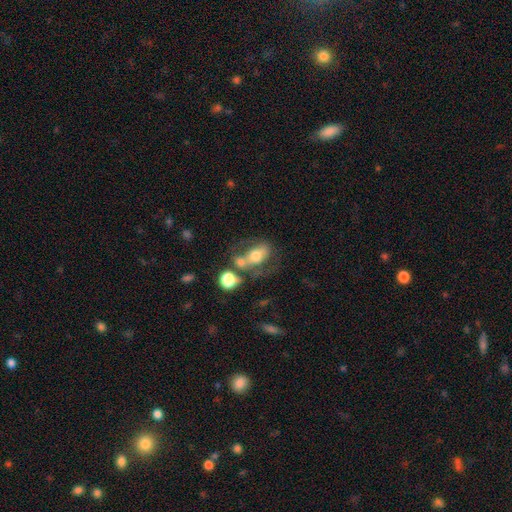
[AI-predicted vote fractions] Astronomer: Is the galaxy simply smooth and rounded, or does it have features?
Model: smooth — 54% (runner-up: featured or disk, 34%).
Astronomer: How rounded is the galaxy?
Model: in between — 79%.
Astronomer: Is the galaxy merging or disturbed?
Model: merger — 36% (runner-up: none, 31%).